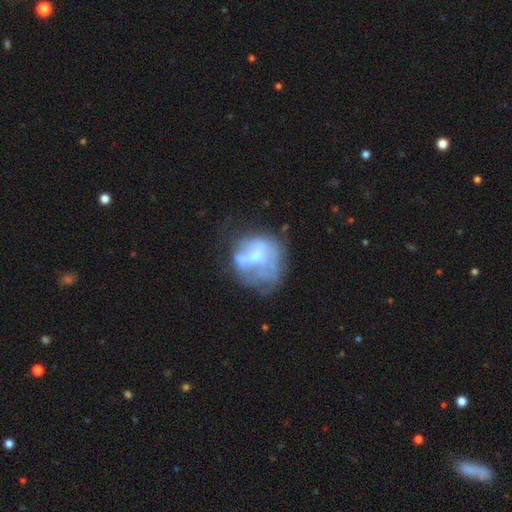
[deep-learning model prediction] Q: Smooth or featured?
A: featured or disk (57%); runner-up: smooth (31%)
Q: Edge-on disk?
A: no (98%); runner-up: yes (2%)
Q: Bar?
A: no (71%); runner-up: weak (20%)
Q: Spiral arms?
A: no (86%); runner-up: yes (14%)
Q: Bulge size?
A: none (45%); runner-up: moderate (28%)
Q: Merging?
A: none (36%); runner-up: major disturbance (32%)